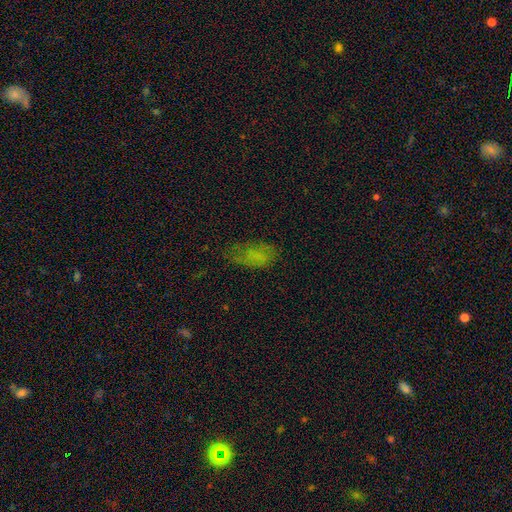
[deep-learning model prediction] Smooth or featured: smooth — 62% (featured or disk — 20%)
How rounded: in between — 88% (cigar-shaped — 8%)
Merging: none — 49% (minor disturbance — 29%)